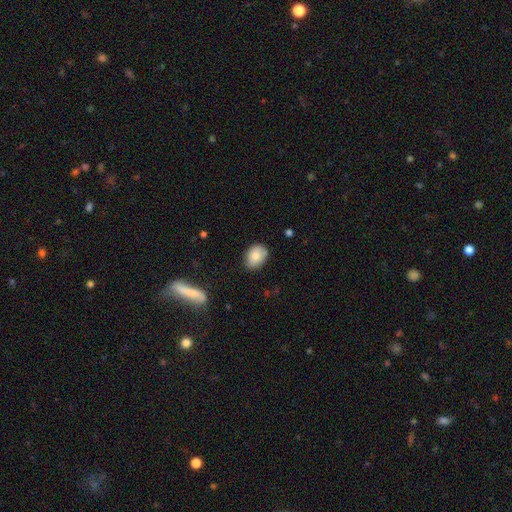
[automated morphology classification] Q: Smooth or featured?
A: smooth (84%); runner-up: featured or disk (8%)
Q: How rounded?
A: in between (69%); runner-up: round (30%)
Q: Merging?
A: none (77%); runner-up: minor disturbance (18%)